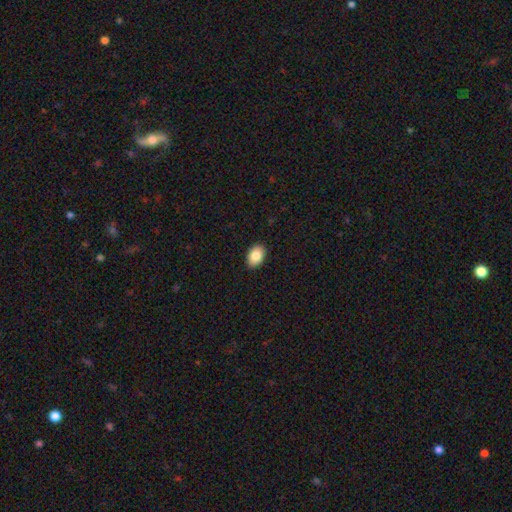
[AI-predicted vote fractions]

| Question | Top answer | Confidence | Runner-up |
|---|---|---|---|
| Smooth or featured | smooth | 86% | star or artifact (7%) |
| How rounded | in between | 85% | round (14%) |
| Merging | none | 90% | minor disturbance (7%) |